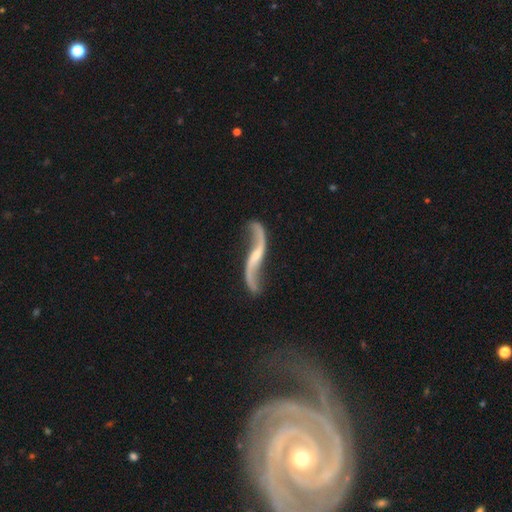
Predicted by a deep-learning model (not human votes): smooth-or-featured: featured or disk: 91% | star or artifact: 5% | smooth: 4%
  disk-edge-on: no: 89% | yes: 11%
    bar: no: 39% | weak: 36% | strong: 25%
    has-spiral-arms: yes: 96% | no: 4%
      spiral-winding: loose: 95% | medium: 4% | tight: 2%
      spiral-arm-count: 2: 94% | 1: 2% | can't tell: 1% | 3: 1% | 4: 1% | more than 4: 1%
    bulge-size: small: 62% | moderate: 18% | none: 17% | large: 2% | dominant: 1%
  merging: none: 66% | minor disturbance: 18% | major disturbance: 10% | merger: 5%